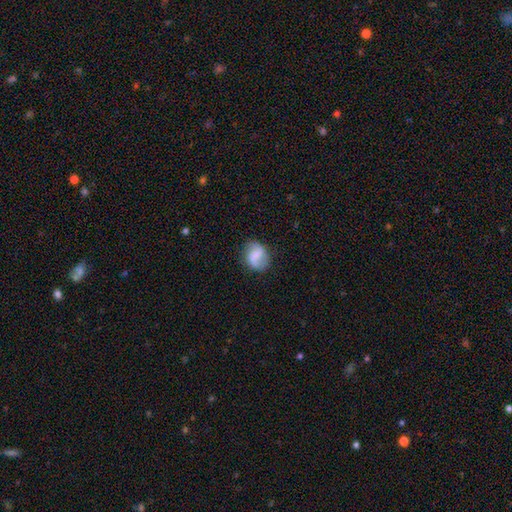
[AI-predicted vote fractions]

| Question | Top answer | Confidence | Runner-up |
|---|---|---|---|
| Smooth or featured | featured or disk | 56% | smooth (36%) |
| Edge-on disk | no | 97% | yes (3%) |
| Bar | weak | 46% | strong (35%) |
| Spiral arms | yes | 85% | no (15%) |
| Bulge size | none | 38% | small (34%) |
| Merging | none | 79% | minor disturbance (14%) |